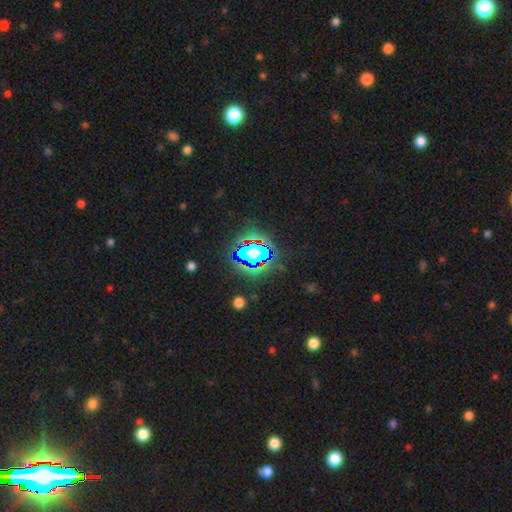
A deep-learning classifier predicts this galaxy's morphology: Overall: star or artifact (57%; smooth 29%).